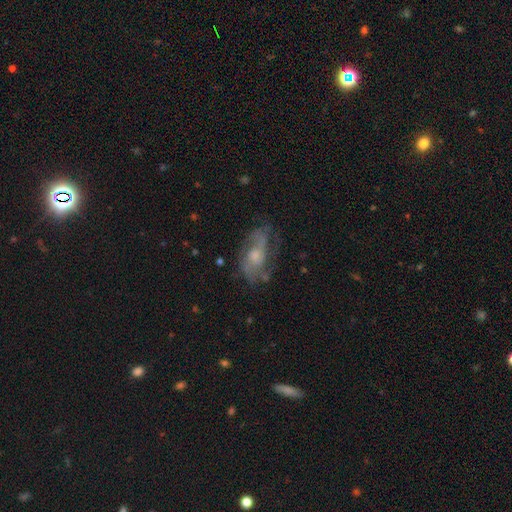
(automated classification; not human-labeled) smooth-or-featured: featured or disk: 69% | smooth: 22% | star or artifact: 9%
  disk-edge-on: no: 94% | yes: 6%
    bar: no: 70% | weak: 25% | strong: 4%
    has-spiral-arms: yes: 79% | no: 21%
      spiral-winding: medium: 45% | loose: 33% | tight: 22%
      spiral-arm-count: 2: 52% | can't tell: 26% | 3: 10% | 1: 5% | 4: 3% | more than 4: 3%
    bulge-size: moderate: 49% | small: 34% | large: 8% | none: 7% | dominant: 1%
  merging: none: 60% | minor disturbance: 22% | major disturbance: 16% | merger: 2%